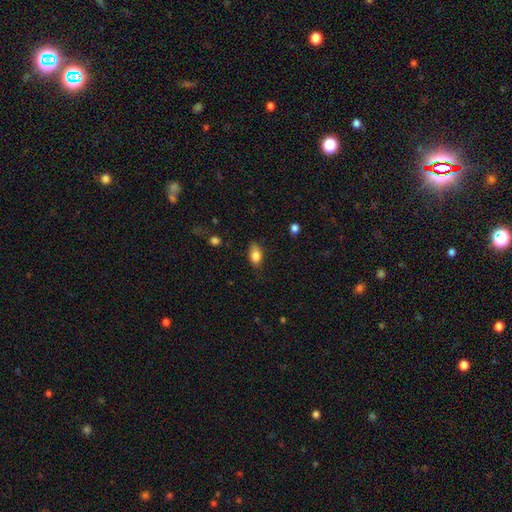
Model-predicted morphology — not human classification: A smooth galaxy with no disk features (82%) that is in between round and cigar-shaped (87%).

Vote fractions:
- Smooth or featured? smooth: 82% / featured or disk: 11% / star or artifact: 8%
- How rounded? in between: 87% / round: 8% / cigar-shaped: 5%
- Merging? none: 76% / minor disturbance: 19% / major disturbance: 4% / merger: 1%